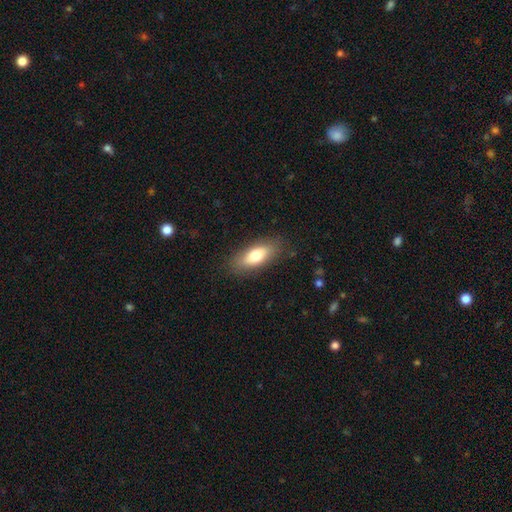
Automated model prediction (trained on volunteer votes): Q: Smooth or featured?
A: smooth (73%); runner-up: featured or disk (20%)
Q: How rounded?
A: in between (79%); runner-up: cigar-shaped (18%)
Q: Merging?
A: none (84%); runner-up: minor disturbance (12%)